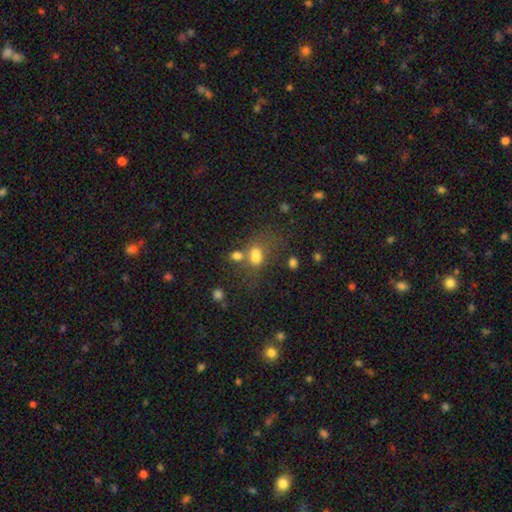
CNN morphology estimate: Smooth or featured? Predicted: smooth (p=0.76). How rounded? Predicted: in between (p=0.77). Merging? Predicted: none (p=0.38).